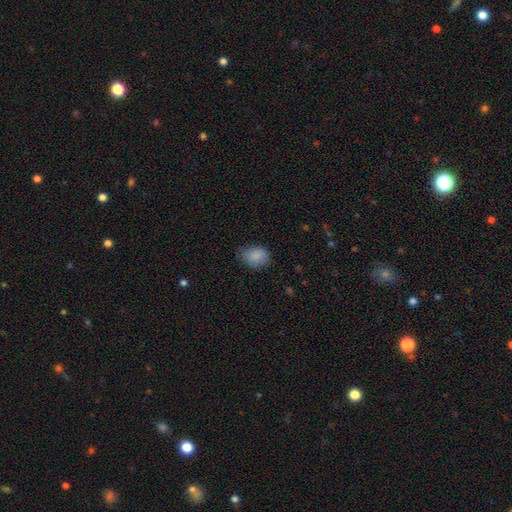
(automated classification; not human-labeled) This appears to be a smooth galaxy with no disk features (86%) that is in between round and cigar-shaped (66%). Merging: none (65%).